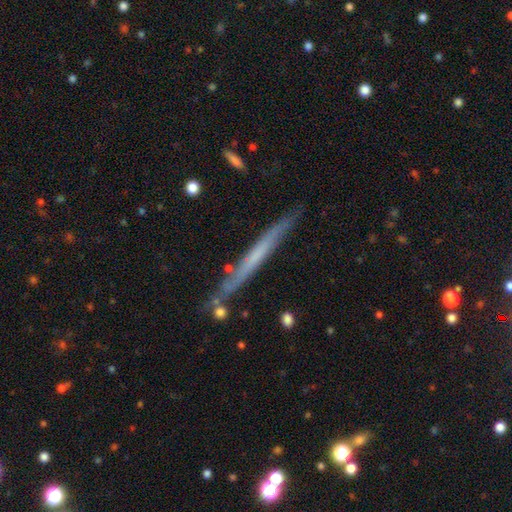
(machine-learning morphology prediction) Smooth or featured: featured or disk — 56% (smooth — 38%)
Edge-on disk: yes — 94% (no — 6%)
Edge-on bulge: none — 85% (rounded — 10%)
Merging: none — 79% (minor disturbance — 14%)